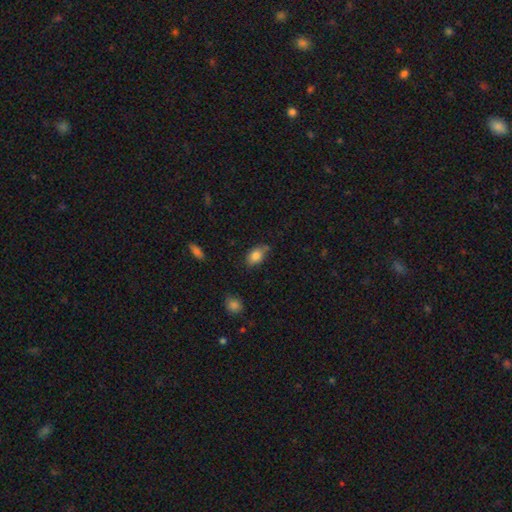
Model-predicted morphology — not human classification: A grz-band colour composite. It shows a smooth galaxy with no disk features (83%) that is in between round and cigar-shaped (84%). Merging: none (67%).